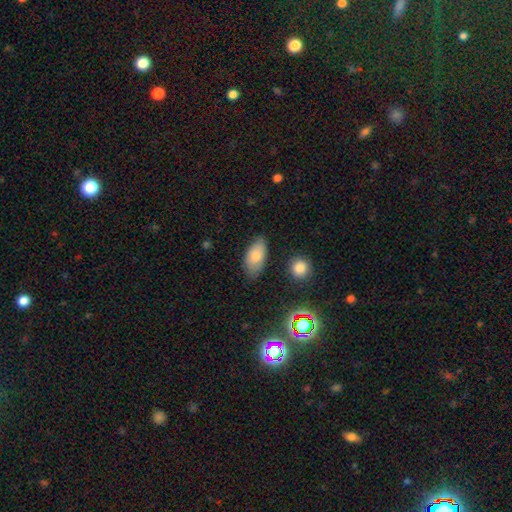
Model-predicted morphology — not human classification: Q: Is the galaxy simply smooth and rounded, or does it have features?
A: smooth — 77%.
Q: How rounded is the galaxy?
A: in between — 93%.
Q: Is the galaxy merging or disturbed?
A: none — 72%.